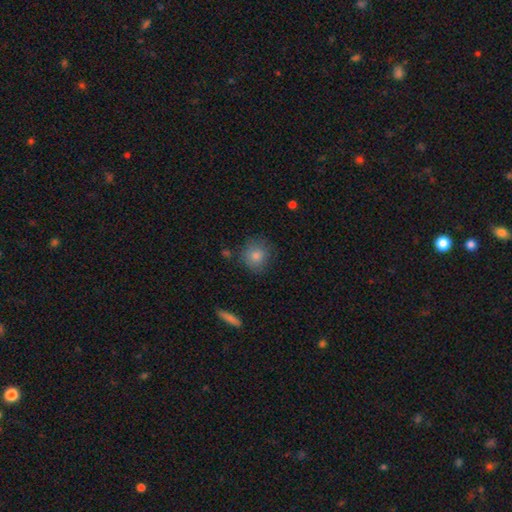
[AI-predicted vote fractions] smooth 81%, star or artifact 10%, featured or disk 9%. Down the decision tree: how rounded — round (88%); merging — none (81%).